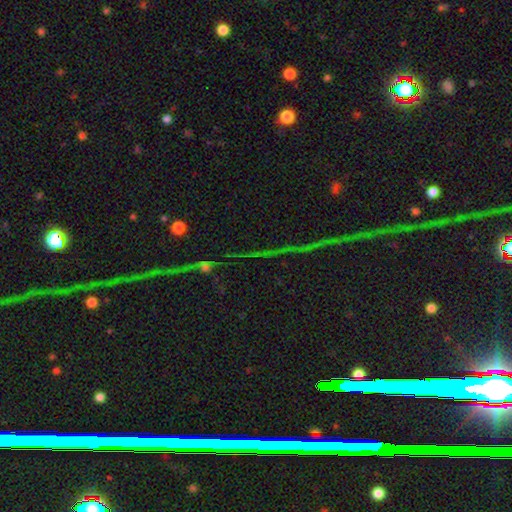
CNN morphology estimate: smooth_or_featured: star or artifact (p=0.77) [alt: featured or disk p=0.14]